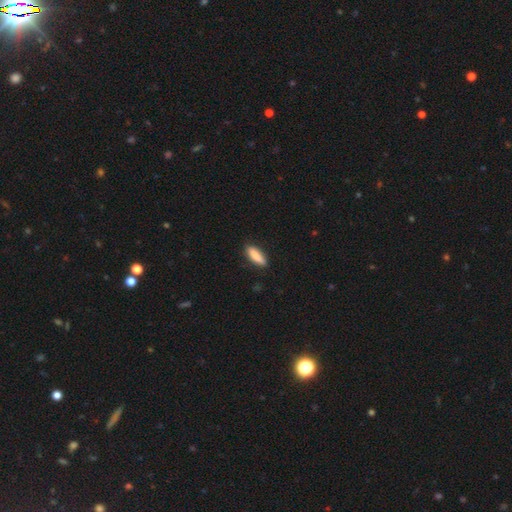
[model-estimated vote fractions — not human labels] Smooth or featured: smooth — 85% (featured or disk — 9%)
How rounded: cigar-shaped — 51% (in between — 48%)
Merging: none — 85% (minor disturbance — 12%)